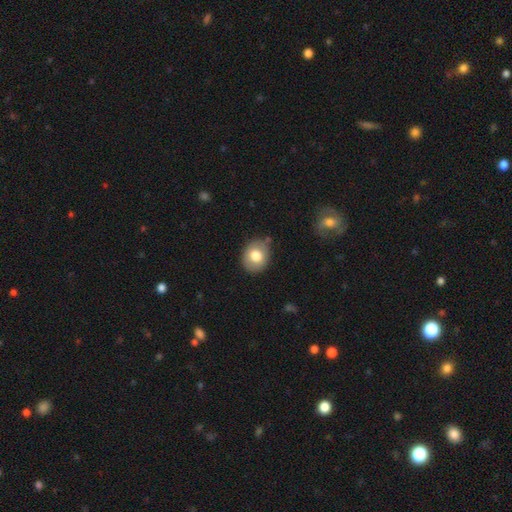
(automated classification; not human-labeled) This appears to be a smooth galaxy with no disk features (75%) that is round (54%). Merging: none (76%).